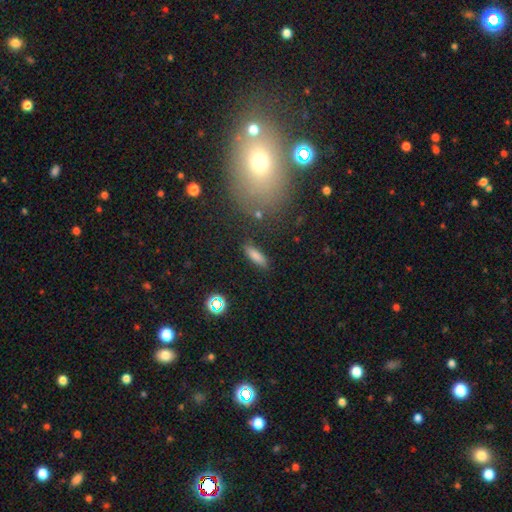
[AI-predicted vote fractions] This is likely a smooth galaxy (80%). How rounded: possibly cigar-shaped (58%). Merging: clearly none (83%).